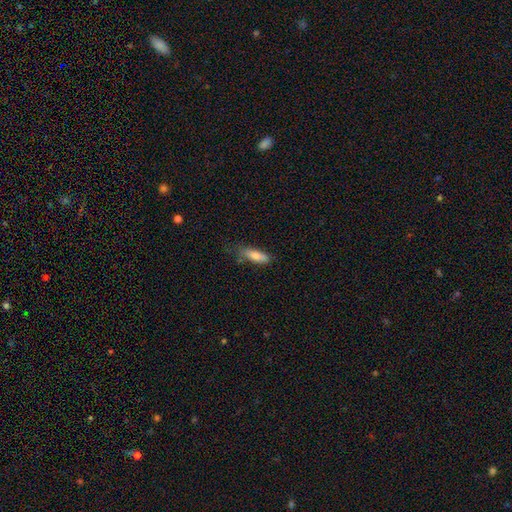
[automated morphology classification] Smooth or featured: smooth — 75% (featured or disk — 18%)
How rounded: in between — 50% (cigar-shaped — 48%)
Merging: none — 64% (minor disturbance — 26%)